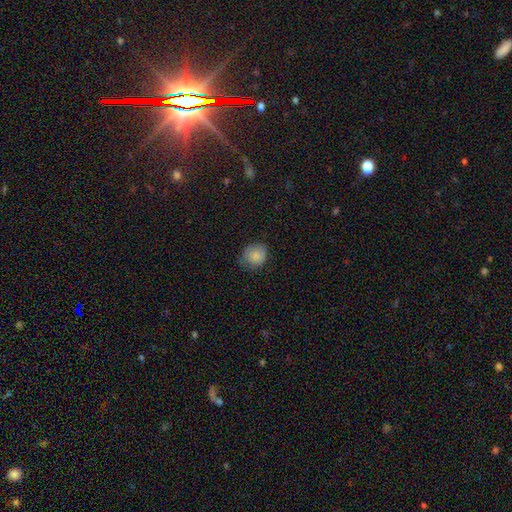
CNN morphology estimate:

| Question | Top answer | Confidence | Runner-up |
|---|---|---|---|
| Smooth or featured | smooth | 83% | featured or disk (9%) |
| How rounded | round | 73% | in between (26%) |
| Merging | none | 64% | minor disturbance (29%) |